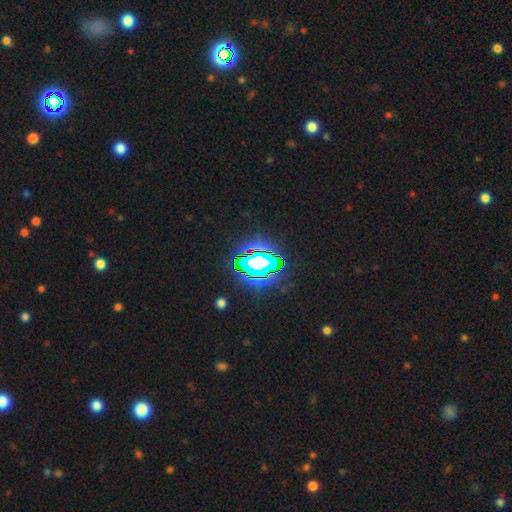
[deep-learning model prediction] Overall: star or artifact (71%).